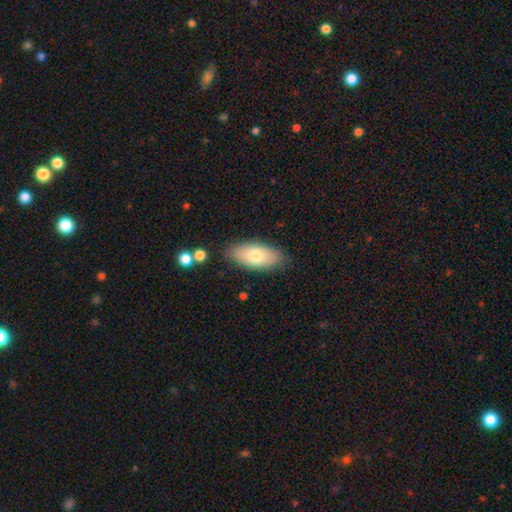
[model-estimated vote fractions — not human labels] smooth-or-featured: smooth: 74% | featured or disk: 19% | star or artifact: 7%
  how-rounded: in between: 88% | cigar-shaped: 9% | round: 3%
  merging: none: 84% | minor disturbance: 11% | major disturbance: 3% | merger: 2%